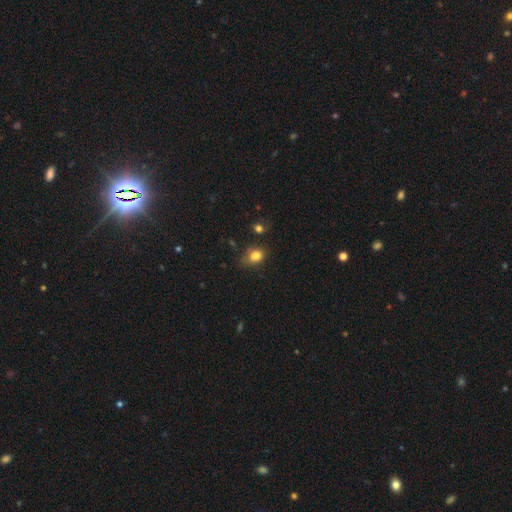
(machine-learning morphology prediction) A smooth galaxy with no disk features (82%) that is in between round and cigar-shaped (59%).

Vote fractions:
- Smooth or featured? smooth: 82% / star or artifact: 11% / featured or disk: 7%
- How rounded? in between: 59% / round: 39% / cigar-shaped: 1%
- Merging? none: 61% / minor disturbance: 28% / major disturbance: 7% / merger: 4%